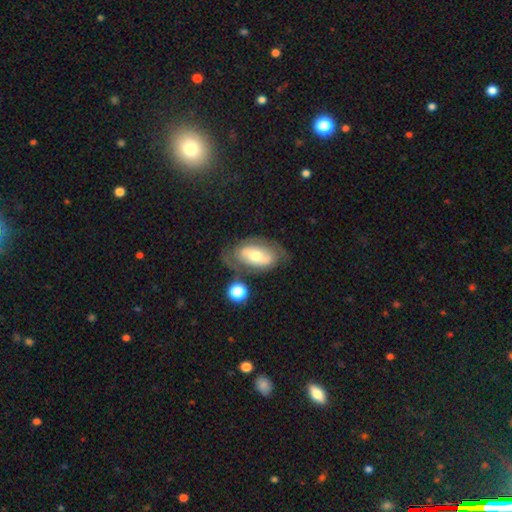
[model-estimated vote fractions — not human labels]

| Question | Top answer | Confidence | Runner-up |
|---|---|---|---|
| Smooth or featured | featured or disk | 62% | smooth (31%) |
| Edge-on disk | no | 92% | yes (8%) |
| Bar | no | 41% | weak (33%) |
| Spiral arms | yes | 69% | no (31%) |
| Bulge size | moderate | 59% | small (27%) |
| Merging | none | 58% | minor disturbance (21%) |